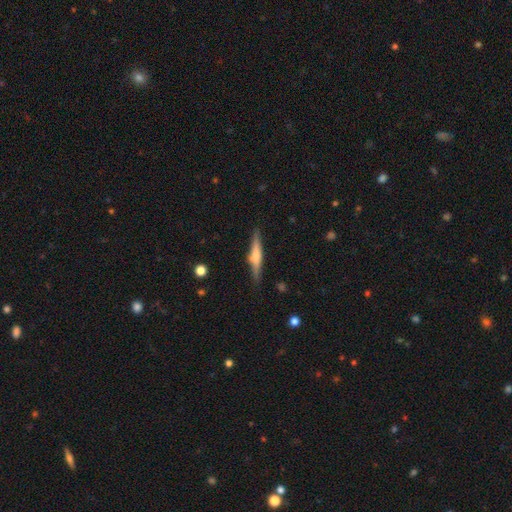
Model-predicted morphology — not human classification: featured or disk 54%, smooth 40%, star or artifact 6%. Down the decision tree: edge-on disk — yes (96%); edge-on bulge — rounded (61%); merging — none (84%).